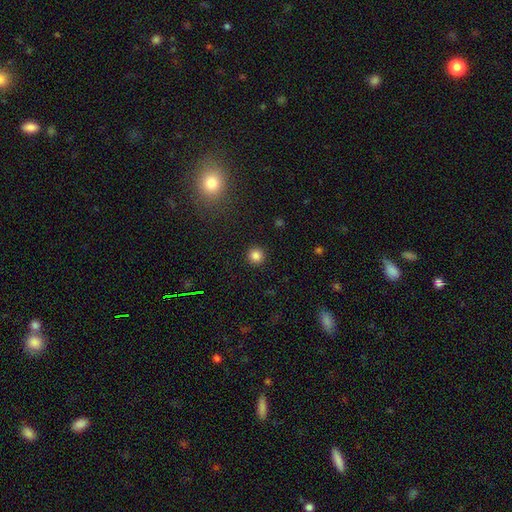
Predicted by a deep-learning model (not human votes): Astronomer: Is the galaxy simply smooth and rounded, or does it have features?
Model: smooth — 84%.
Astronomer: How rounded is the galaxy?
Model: round — 95%.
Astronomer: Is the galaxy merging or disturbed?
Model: none — 92%.